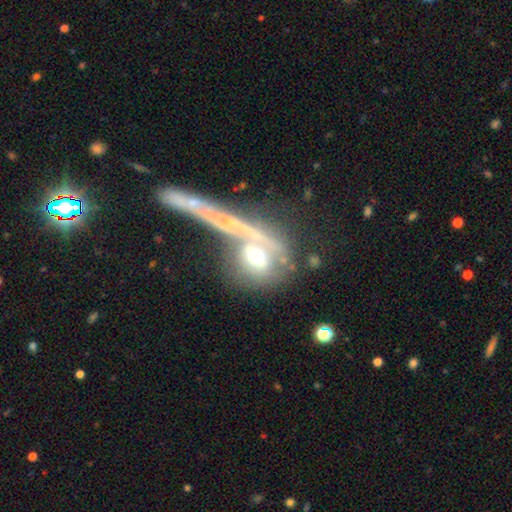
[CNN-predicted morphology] Smooth or featured?
  - smooth: 44% *
  - featured or disk: 43%
  - star or artifact: 13%
Merging?
  - none: 38% *
  - merger: 36%
  - minor disturbance: 13%
  - major disturbance: 13%